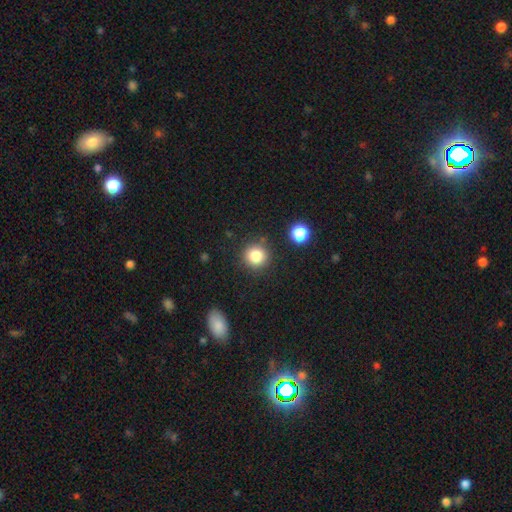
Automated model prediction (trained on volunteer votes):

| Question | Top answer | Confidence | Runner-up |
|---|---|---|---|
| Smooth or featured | smooth | 83% | star or artifact (11%) |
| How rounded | round | 92% | in between (7%) |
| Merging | none | 85% | minor disturbance (8%) |